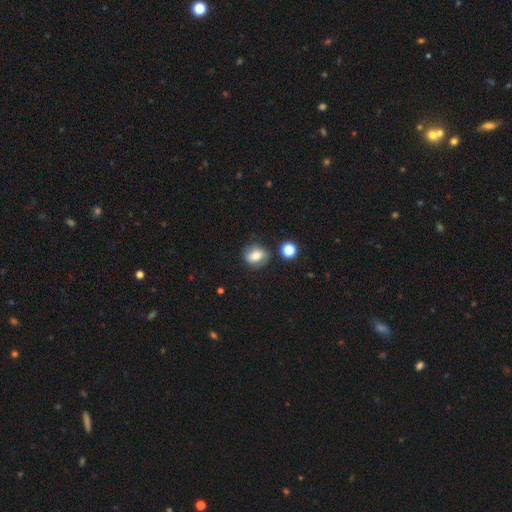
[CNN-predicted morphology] Smooth or featured? smooth (65%)
How rounded? round (57%)
Merging? none (78%)